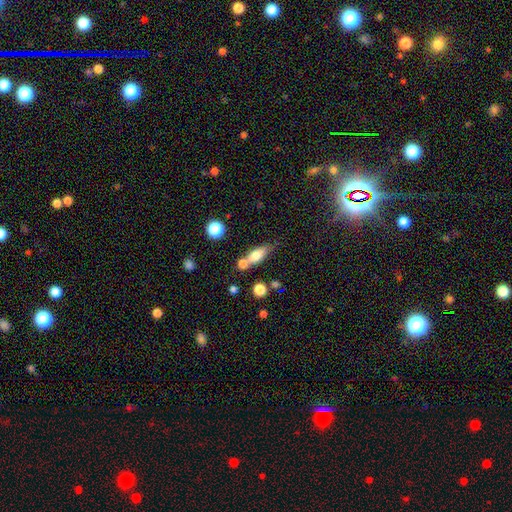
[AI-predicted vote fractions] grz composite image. It shows a smooth galaxy with no disk features (68%) that is in between round and cigar-shaped (64%). Merging: none (47%).